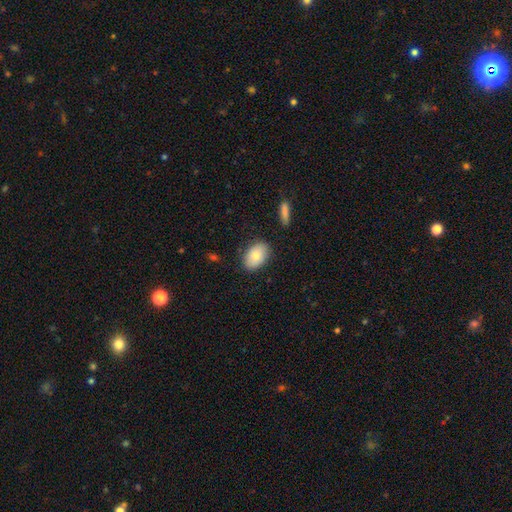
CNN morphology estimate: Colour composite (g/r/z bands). It shows a smooth galaxy with no disk features (79%) that is in between round and cigar-shaped (88%). Merging: none (84%).